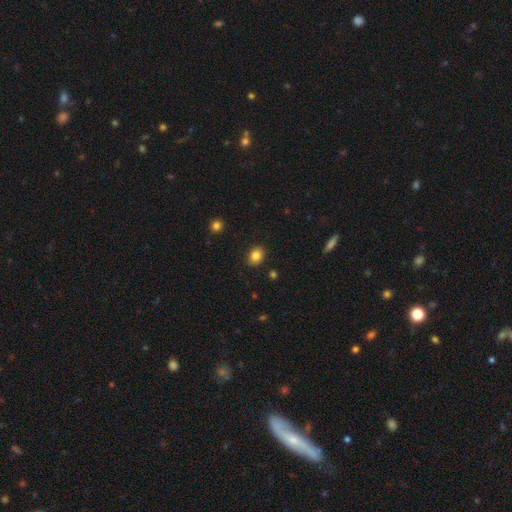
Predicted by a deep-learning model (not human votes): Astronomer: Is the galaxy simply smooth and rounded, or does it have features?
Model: smooth — 85%.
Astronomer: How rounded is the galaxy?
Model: round — 50% (runner-up: in between, 49%).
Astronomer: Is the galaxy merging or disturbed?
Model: none — 89%.